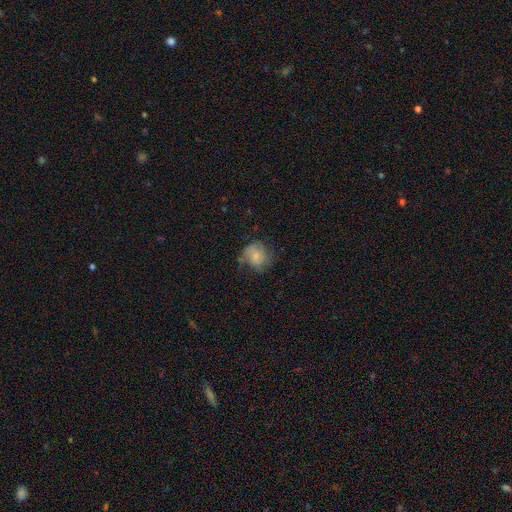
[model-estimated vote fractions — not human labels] Q: Smooth or featured?
A: smooth (62%); runner-up: featured or disk (29%)
Q: How rounded?
A: round (73%); runner-up: in between (27%)
Q: Merging?
A: none (49%); runner-up: minor disturbance (30%)